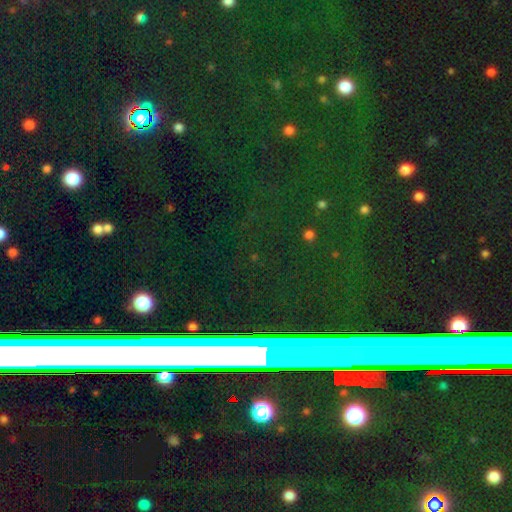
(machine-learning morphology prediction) type=star or artifact (62%).